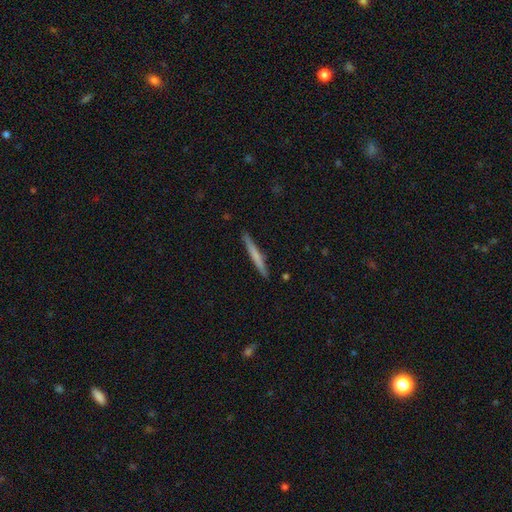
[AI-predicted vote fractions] Smooth or featured: smooth — 57% (featured or disk — 38%)
How rounded: cigar-shaped — 97% (in between — 2%)
Merging: none — 91% (minor disturbance — 7%)